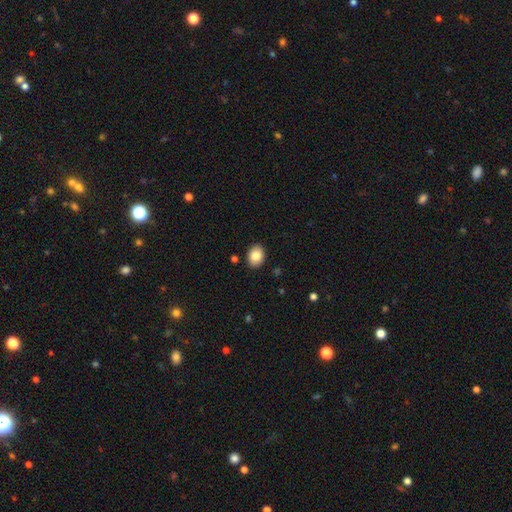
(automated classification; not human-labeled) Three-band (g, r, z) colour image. It shows a smooth galaxy with no disk features (84%) that is in between round and cigar-shaped (73%). Merging: none (89%).